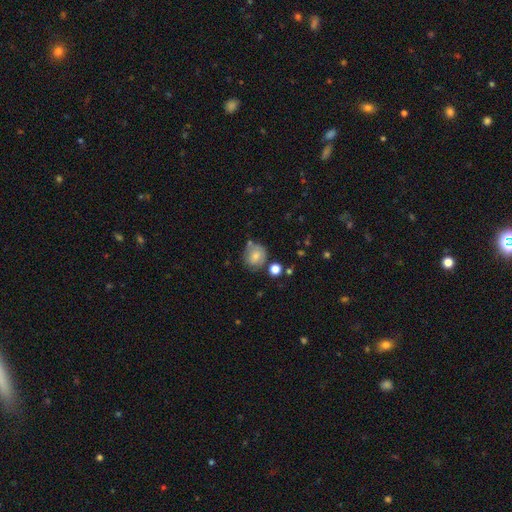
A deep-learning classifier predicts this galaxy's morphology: Q: Smooth or featured?
A: smooth (72%); runner-up: featured or disk (19%)
Q: How rounded?
A: round (81%); runner-up: in between (18%)
Q: Merging?
A: none (62%); runner-up: minor disturbance (21%)